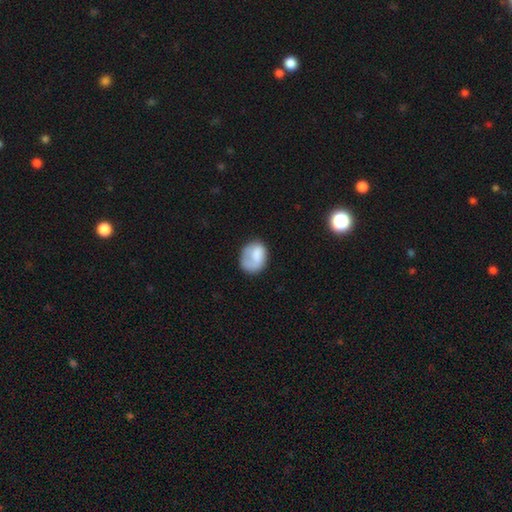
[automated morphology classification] smooth-or-featured: smooth: 72% | featured or disk: 21% | star or artifact: 7%
  how-rounded: in between: 58% | round: 41% | cigar-shaped: 1%
  merging: none: 52% | minor disturbance: 26% | major disturbance: 18% | merger: 3%